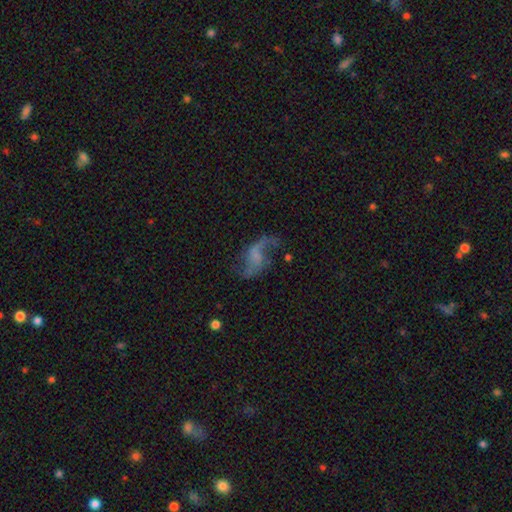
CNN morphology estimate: Smooth or featured? featured or disk (77%)
Edge-on disk? no (97%)
Bar? no (49%)
Spiral arms? yes (90%)
Spiral winding? loose (85%)
Spiral arm count? 2 (86%)
Bulge size? none (60%)
Merging? none (56%)